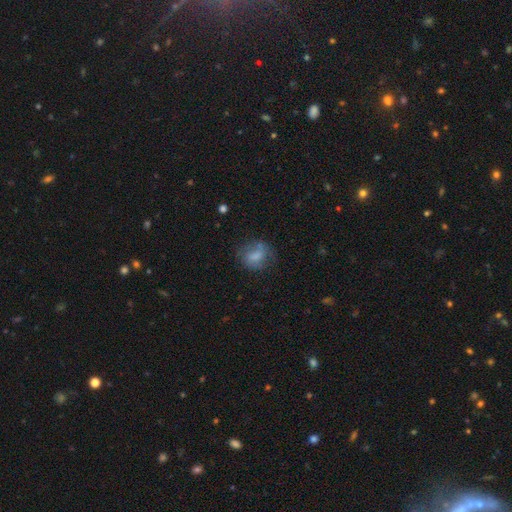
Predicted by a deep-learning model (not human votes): Morphology: type=smooth (67%); roundness=round (55%); merging=none (57%).